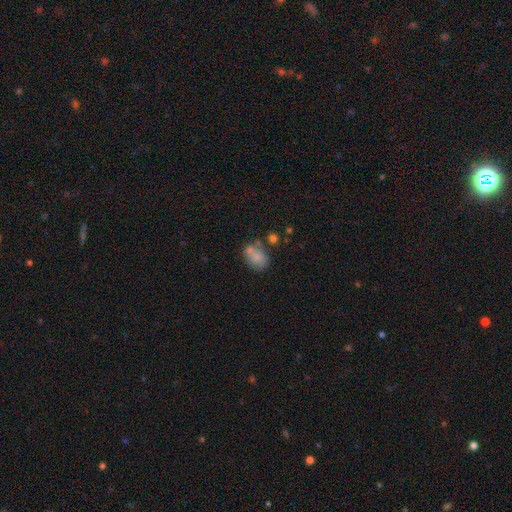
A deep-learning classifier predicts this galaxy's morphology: Smooth or featured? smooth (71%)
How rounded? in between (69%)
Merging? none (44%)